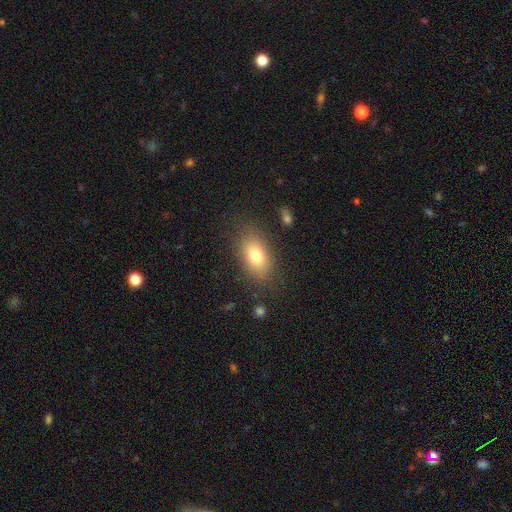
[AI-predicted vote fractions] This appears to be a smooth galaxy with no disk features (76%) that is in between round and cigar-shaped (86%). Merging: none (81%).